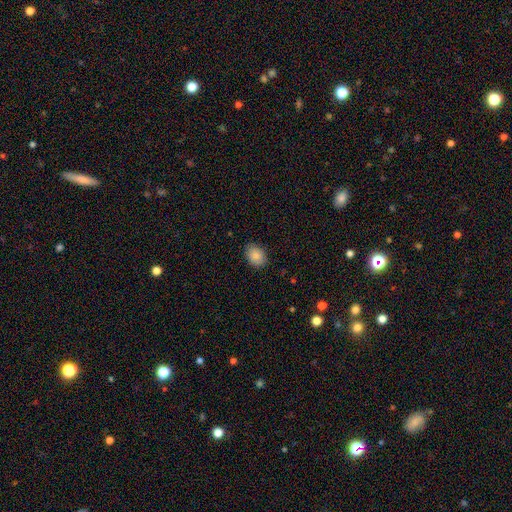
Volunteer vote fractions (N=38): smooth-or-featured: smooth: 87% | star or artifact: 13% | featured or disk: 0%
  how-rounded: in between: 79% | round: 21% | cigar-shaped: 0%
  merging: none: 88% | minor disturbance: 12% | major disturbance: 0% | merger: 0%